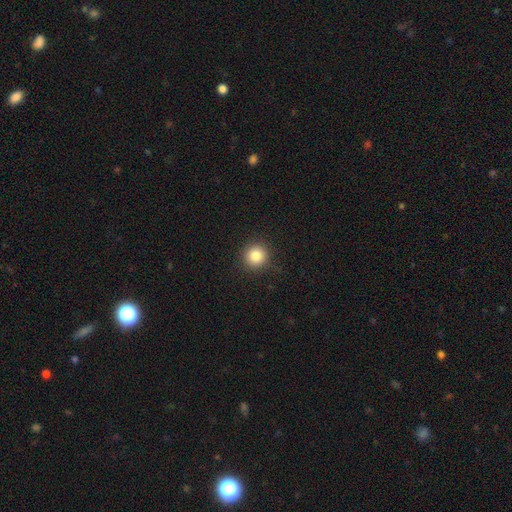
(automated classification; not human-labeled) This appears to be a smooth galaxy with no disk features (84%) that is round (94%). Merging: none (90%).